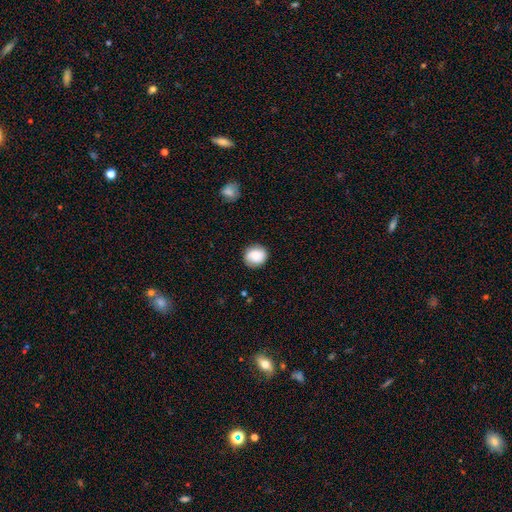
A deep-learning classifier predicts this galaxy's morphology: This is likely a smooth galaxy (77%). How rounded: likely round (78%). Merging: clearly none (83%).